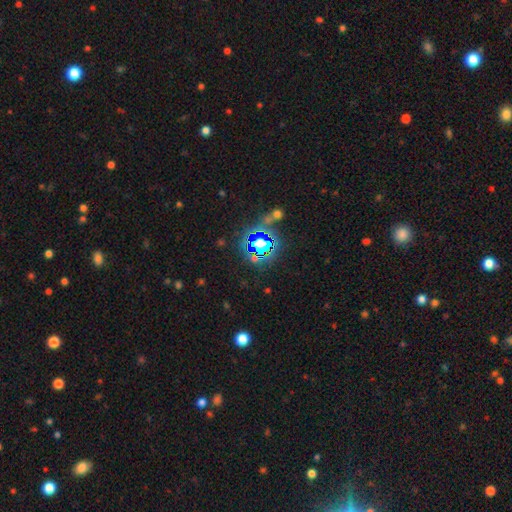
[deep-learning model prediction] Smooth or featured: star or artifact — 75% (smooth — 16%)